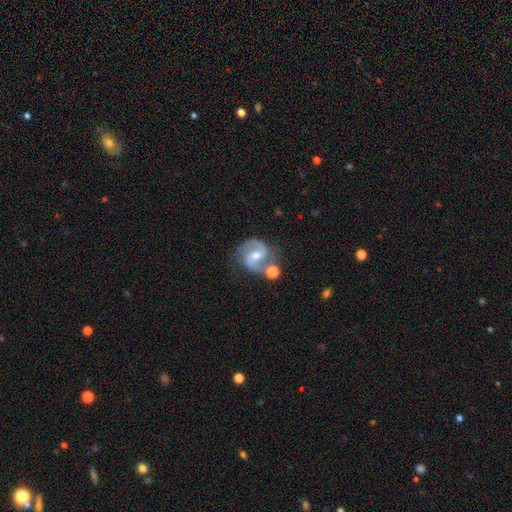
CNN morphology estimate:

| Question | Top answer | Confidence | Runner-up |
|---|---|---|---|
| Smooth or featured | featured or disk | 87% | smooth (7%) |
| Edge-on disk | no | 98% | yes (2%) |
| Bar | weak | 46% | no (29%) |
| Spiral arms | yes | 97% | no (3%) |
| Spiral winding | medium | 61% | loose (20%) |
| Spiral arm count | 2 | 93% | can't tell (2%) |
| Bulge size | moderate | 60% | small (34%) |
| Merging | none | 68% | minor disturbance (15%) |